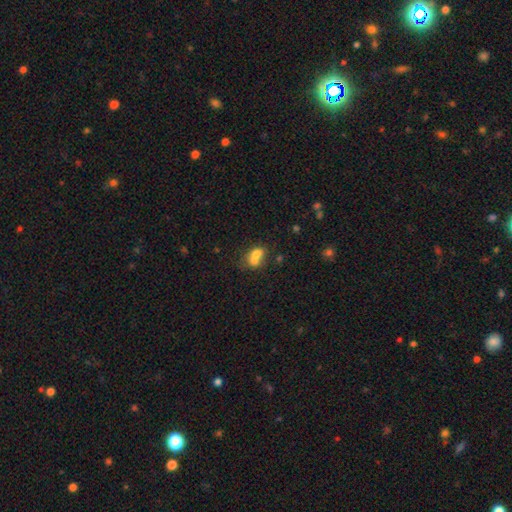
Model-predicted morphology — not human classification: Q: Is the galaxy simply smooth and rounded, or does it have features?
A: smooth — 68%.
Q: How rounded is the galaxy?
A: in between — 53%.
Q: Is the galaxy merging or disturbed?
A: merger — 66%.